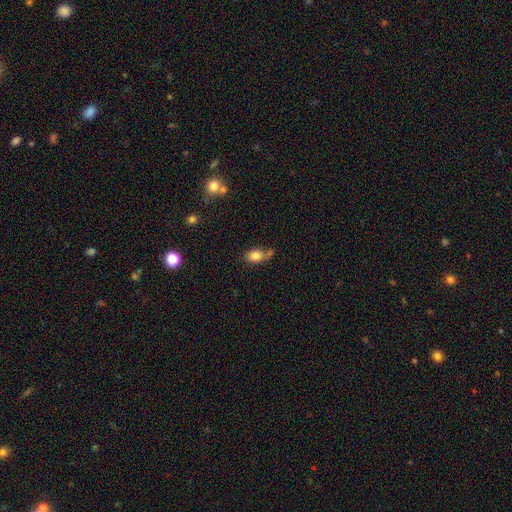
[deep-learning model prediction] The model was most divided on "merging": none: 49%, minor disturbance: 22%, merger: 21%, major disturbance: 8%. More confident: smooth or featured — smooth (82%); how rounded — in between (79%).